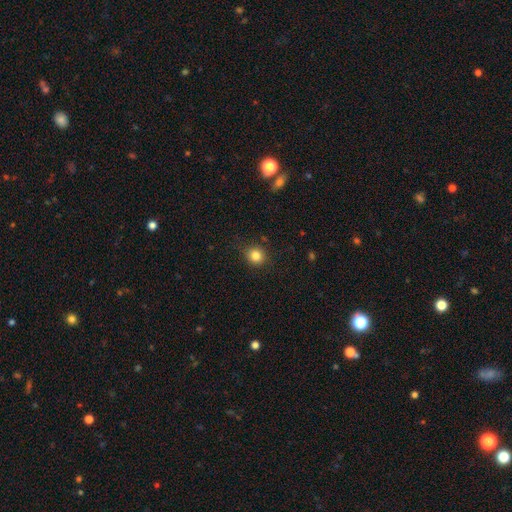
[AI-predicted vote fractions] Q: Smooth or featured?
A: smooth (83%); runner-up: star or artifact (12%)
Q: How rounded?
A: round (83%); runner-up: in between (16%)
Q: Merging?
A: none (85%); runner-up: minor disturbance (10%)